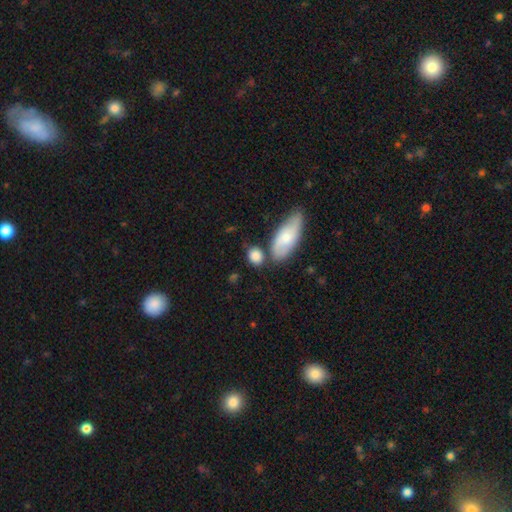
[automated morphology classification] Smooth or featured? Predicted: smooth (p=0.83). How rounded? Predicted: round (p=0.50). Merging? Predicted: none (p=0.63).